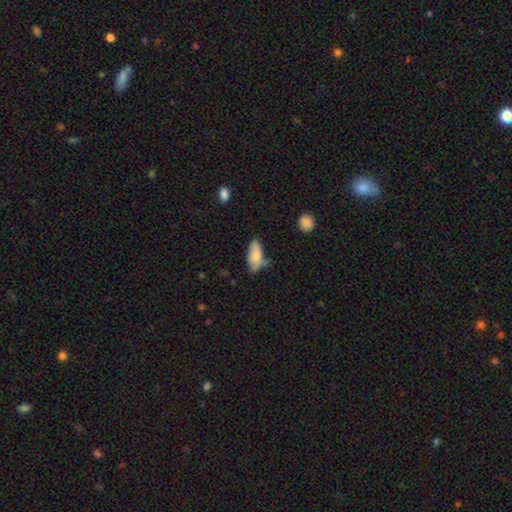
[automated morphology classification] smooth-or-featured: smooth: 77% | featured or disk: 16% | star or artifact: 7%
  how-rounded: in between: 87% | cigar-shaped: 10% | round: 2%
  merging: none: 49% | minor disturbance: 34% | major disturbance: 9% | merger: 8%